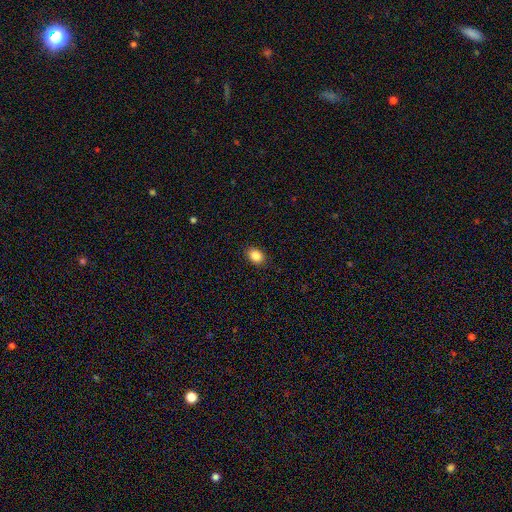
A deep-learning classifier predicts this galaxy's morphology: Overall: smooth (86%). How rounded: in between (71%). Merging: none (89%).